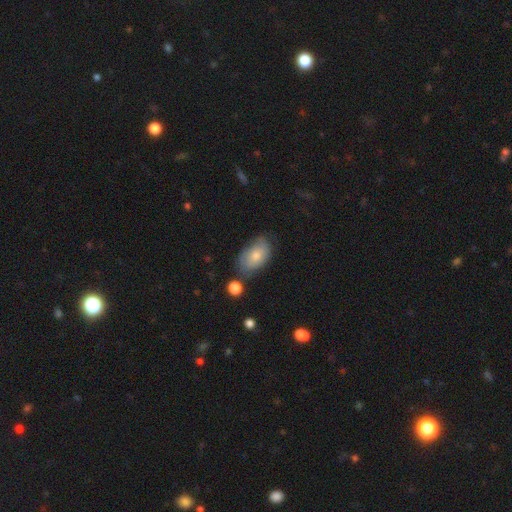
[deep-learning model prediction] This is likely a smooth galaxy (74%). How rounded: clearly in between (92%). Merging: possibly none (60%).